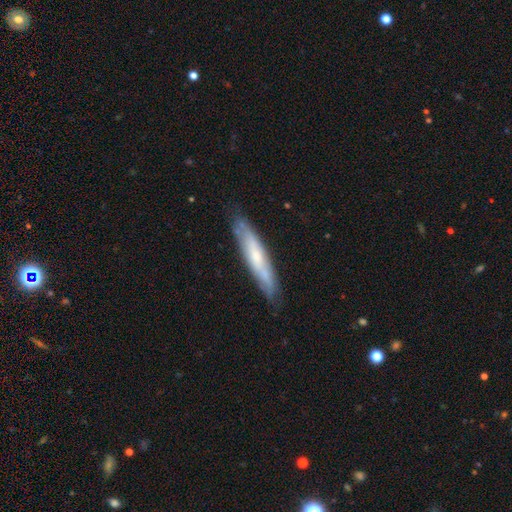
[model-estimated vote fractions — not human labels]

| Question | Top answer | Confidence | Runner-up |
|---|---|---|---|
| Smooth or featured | featured or disk | 49% | smooth (45%) |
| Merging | none | 79% | minor disturbance (16%) |